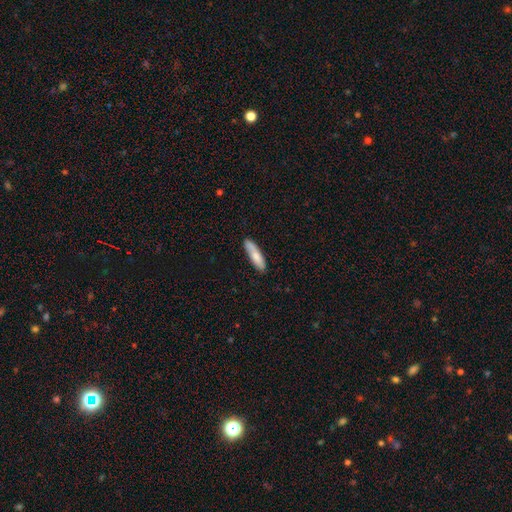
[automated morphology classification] smooth_or_featured: smooth (p=0.77) [alt: featured or disk p=0.17]
how_rounded: cigar-shaped (p=0.68) [alt: in between p=0.31]
merging: none (p=0.78) [alt: minor disturbance p=0.17]